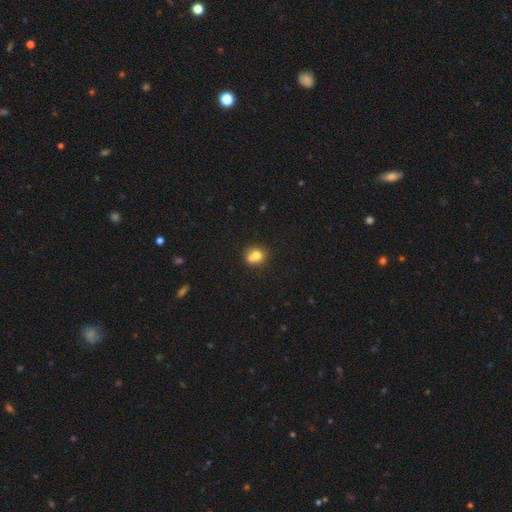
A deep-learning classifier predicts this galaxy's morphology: A smooth galaxy with no disk features (72%) that is round (71%).

Vote fractions:
- Smooth or featured? smooth: 72% / featured or disk: 17% / star or artifact: 11%
- How rounded? round: 71% / in between: 28% / cigar-shaped: 1%
- Merging? merger: 43% / none: 41% / minor disturbance: 12% / major disturbance: 4%